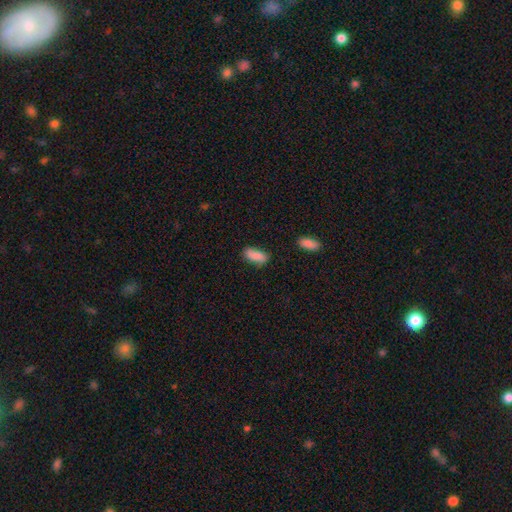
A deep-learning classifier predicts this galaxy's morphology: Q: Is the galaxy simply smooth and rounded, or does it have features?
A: smooth — 82%.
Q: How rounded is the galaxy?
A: in between — 82%.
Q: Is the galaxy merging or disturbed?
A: none — 66%.